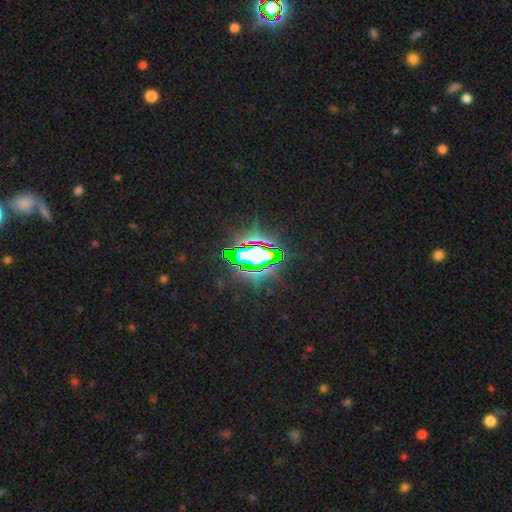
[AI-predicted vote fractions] This appears to be a star or artifact, not a galaxy (73%).